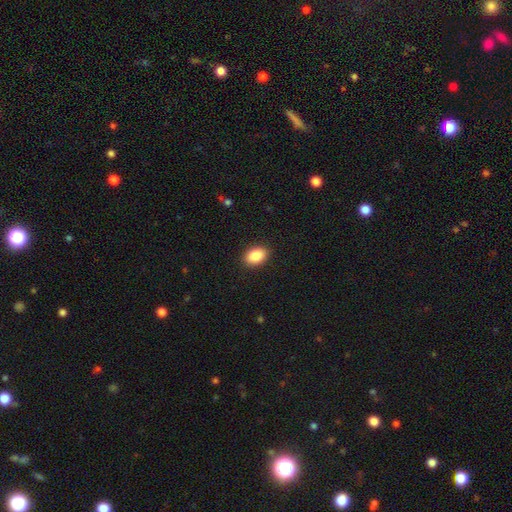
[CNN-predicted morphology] Smooth or featured? Predicted: smooth (p=0.87). How rounded? Predicted: in between (p=0.85). Merging? Predicted: none (p=0.90).